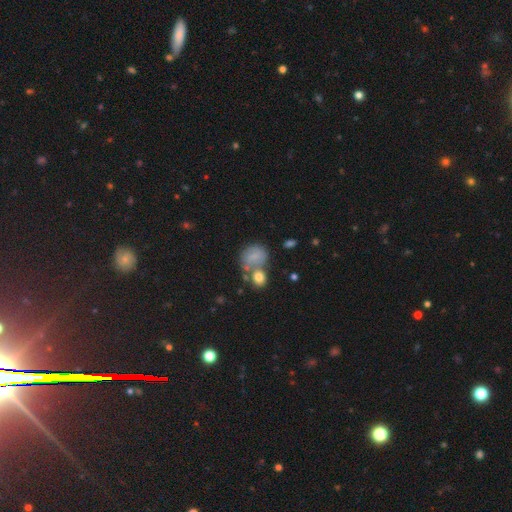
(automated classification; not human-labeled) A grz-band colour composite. It shows a smooth galaxy with no disk features (68%) that is round (58%). Merging: none (40%).